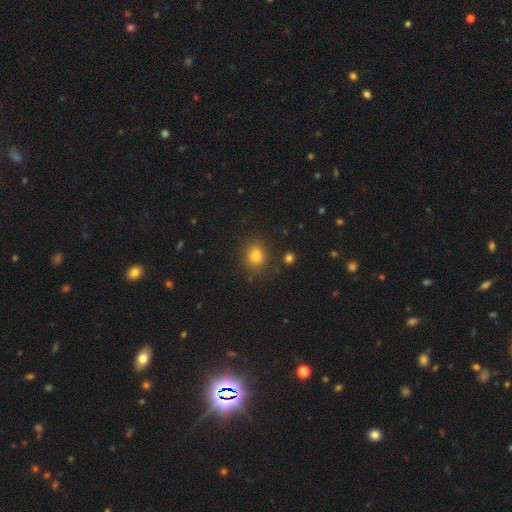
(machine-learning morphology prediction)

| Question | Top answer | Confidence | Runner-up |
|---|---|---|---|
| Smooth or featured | smooth | 82% | star or artifact (13%) |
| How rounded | round | 69% | in between (30%) |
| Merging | none | 80% | minor disturbance (12%) |